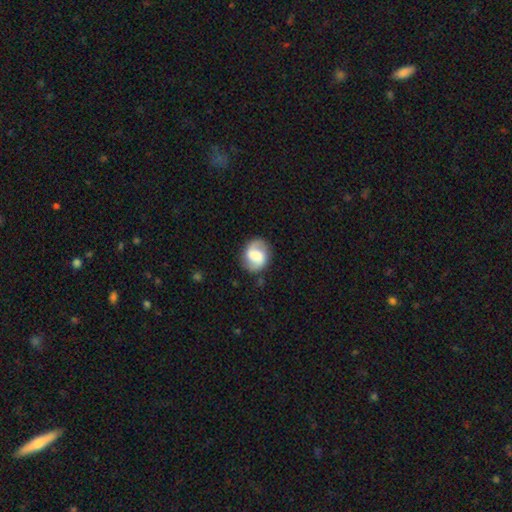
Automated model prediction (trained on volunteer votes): smooth_or_featured: featured or disk (p=0.59) [alt: smooth p=0.34]
disk_edge_on: no (p=0.98) [alt: yes p=0.02]
bar: weak (p=0.44) [alt: no p=0.29]
has_spiral_arms: yes (p=0.89) [alt: no p=0.11]
spiral_winding: loose (p=0.41) [tied with: medium p=0.41]
spiral_arm_count: 2 (p=0.89) [alt: can't tell p=0.04]
bulge_size: large (p=0.32) [alt: moderate p=0.25]
merging: none (p=0.79) [alt: minor disturbance p=0.14]